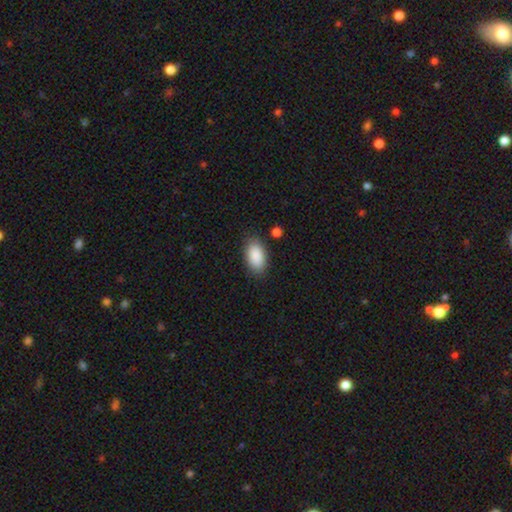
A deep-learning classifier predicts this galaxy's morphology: type=smooth (90%); roundness=in between (94%); merging=none (84%).